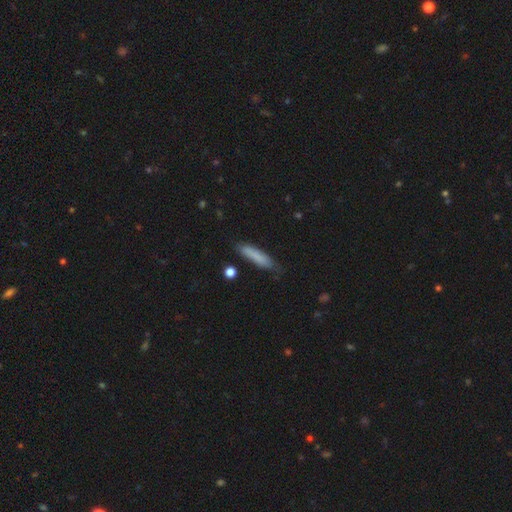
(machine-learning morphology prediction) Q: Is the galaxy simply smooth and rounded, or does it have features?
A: smooth — 82%.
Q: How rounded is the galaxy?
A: cigar-shaped — 81%.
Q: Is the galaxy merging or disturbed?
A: none — 72%.